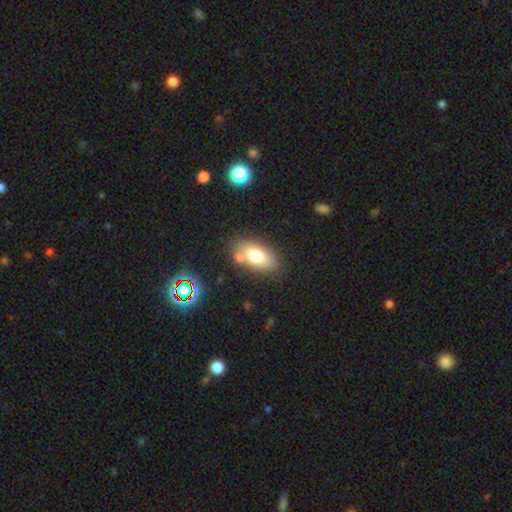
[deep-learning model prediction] Morphology: type=smooth (74%); roundness=in between (90%); merging=none (71%).